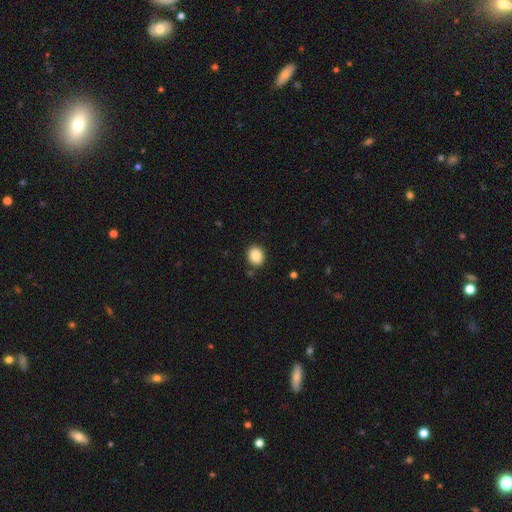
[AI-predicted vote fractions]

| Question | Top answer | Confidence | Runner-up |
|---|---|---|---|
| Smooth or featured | smooth | 88% | star or artifact (8%) |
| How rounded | round | 60% | in between (39%) |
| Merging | none | 87% | minor disturbance (9%) |